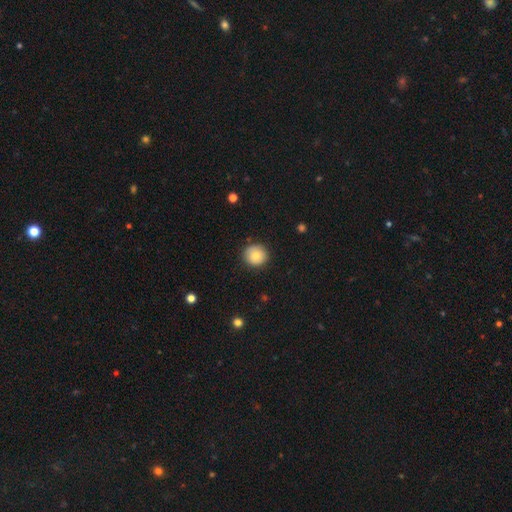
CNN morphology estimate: Q: Smooth or featured?
A: smooth (81%); runner-up: featured or disk (10%)
Q: How rounded?
A: round (91%); runner-up: in between (8%)
Q: Merging?
A: none (87%); runner-up: minor disturbance (9%)